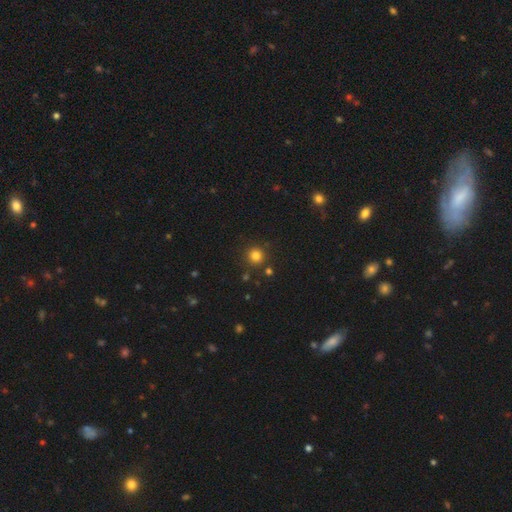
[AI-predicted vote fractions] Smooth or featured? Predicted: smooth (p=0.81). How rounded? Predicted: round (p=0.94). Merging? Predicted: none (p=0.87).